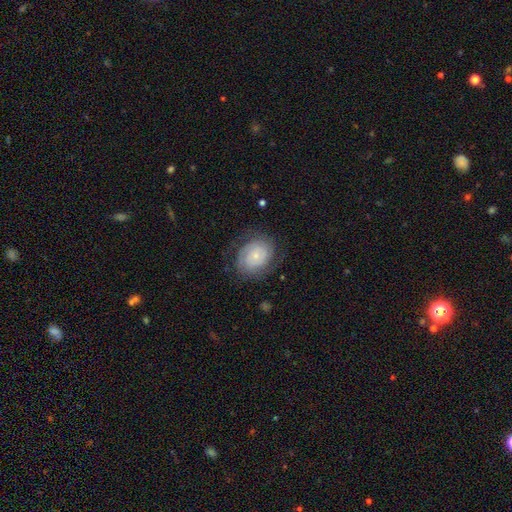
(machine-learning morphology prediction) Smooth or featured? Predicted: featured or disk (p=0.58). Edge-on disk? Predicted: no (p=0.97). Bar? Predicted: no (p=0.78). Spiral arms? Predicted: yes (p=0.85). Bulge size? Predicted: small (p=0.76). Merging? Predicted: none (p=0.69).